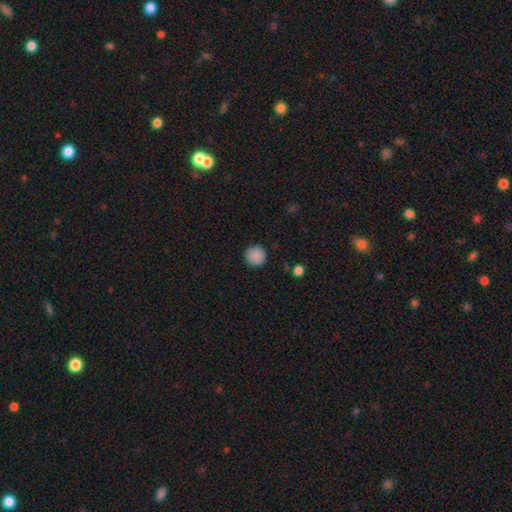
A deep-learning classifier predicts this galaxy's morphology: smooth_or_featured: smooth (p=0.88) [alt: star or artifact p=0.09]
how_rounded: round (p=0.95) [alt: in between p=0.04]
merging: none (p=0.91) [alt: minor disturbance p=0.06]